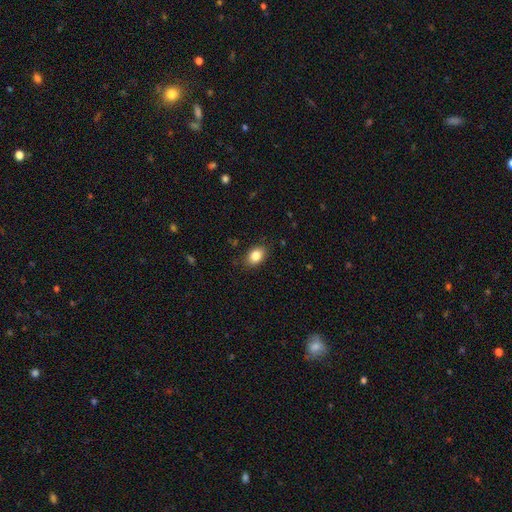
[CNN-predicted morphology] Overall: smooth (84%). How rounded: in between (80%). Merging: none (85%).